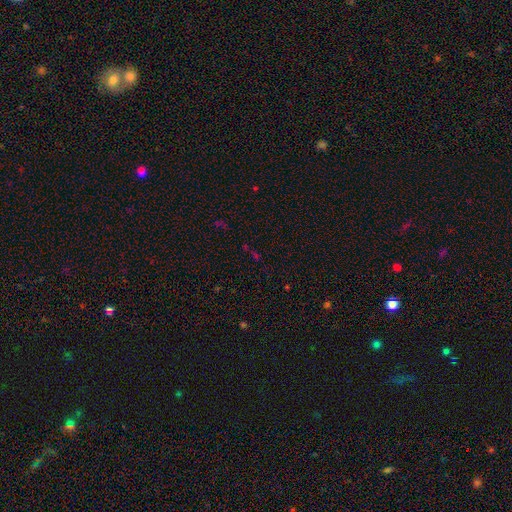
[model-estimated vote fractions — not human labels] Q: Smooth or featured?
A: star or artifact (61%); runner-up: smooth (30%)